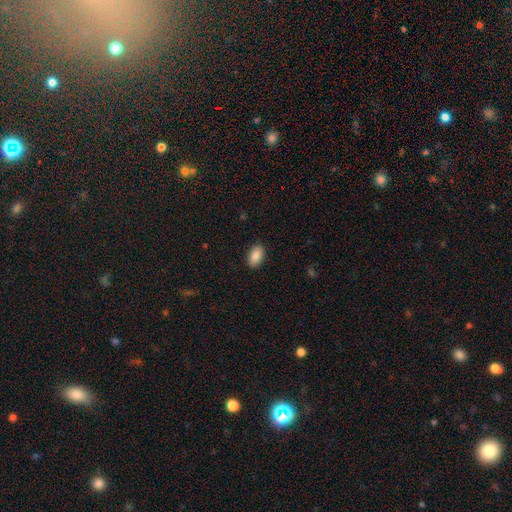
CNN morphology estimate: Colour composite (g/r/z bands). It shows a smooth galaxy with no disk features (89%) that is in between round and cigar-shaped (94%). Merging: none (89%).